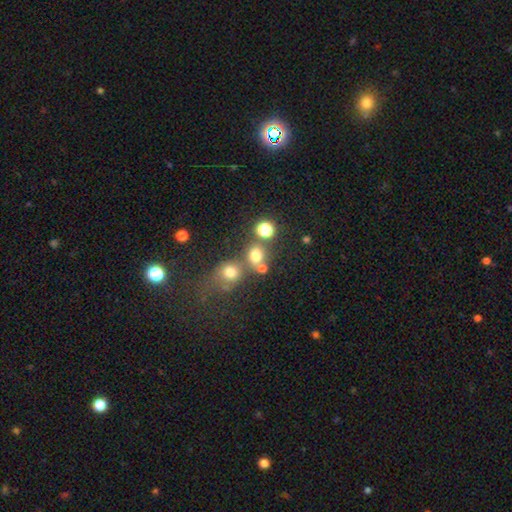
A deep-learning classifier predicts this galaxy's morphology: Q: Smooth or featured?
A: smooth (70%); runner-up: star or artifact (21%)
Q: How rounded?
A: round (79%); runner-up: in between (20%)
Q: Merging?
A: none (59%); runner-up: merger (27%)